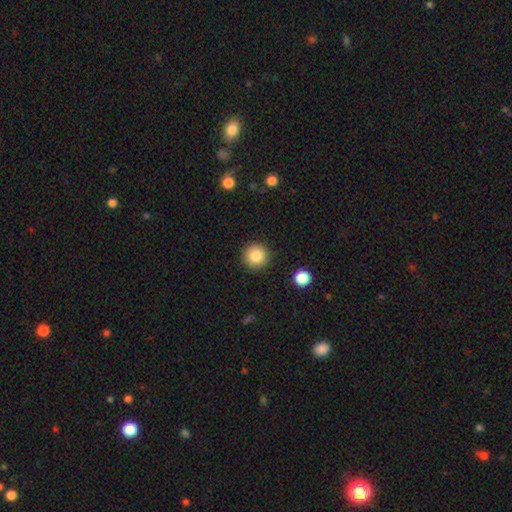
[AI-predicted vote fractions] This is clearly a smooth galaxy (84%). How rounded: clearly round (95%). Merging: clearly none (91%).